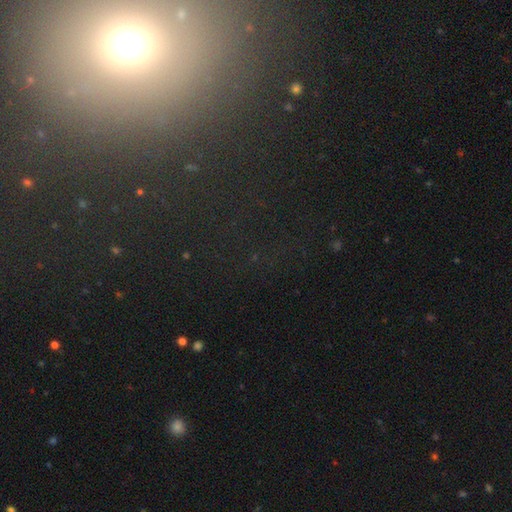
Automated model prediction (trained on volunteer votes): Overall: star or artifact (58%; smooth 25%).